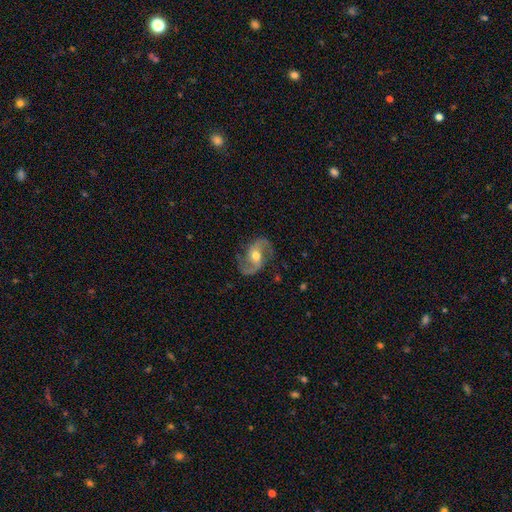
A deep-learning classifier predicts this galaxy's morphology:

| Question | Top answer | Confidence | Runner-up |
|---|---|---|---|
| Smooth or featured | featured or disk | 89% | smooth (6%) |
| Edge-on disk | no | 97% | yes (3%) |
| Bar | no | 45% | weak (38%) |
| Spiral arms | yes | 96% | no (4%) |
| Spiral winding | loose | 46% | medium (44%) |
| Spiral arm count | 2 | 93% | can't tell (2%) |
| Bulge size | moderate | 71% | small (21%) |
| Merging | none | 81% | minor disturbance (13%) |